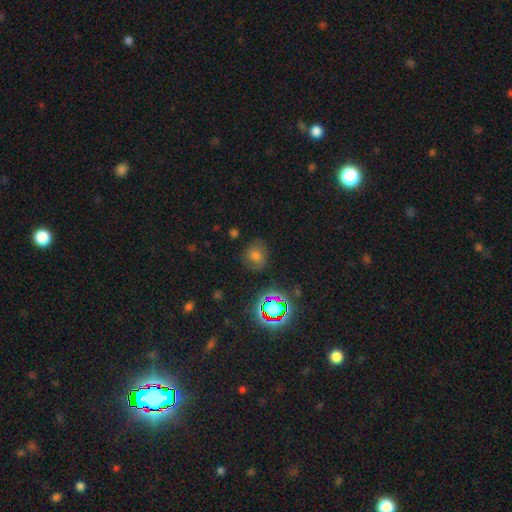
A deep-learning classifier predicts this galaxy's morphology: Smooth or featured?
  - smooth: 58% *
  - star or artifact: 28%
  - featured or disk: 14%
How rounded?
  - round: 74% *
  - in between: 25%
  - cigar-shaped: 1%
Merging?
  - none: 75% *
  - minor disturbance: 16%
  - major disturbance: 6%
  - merger: 2%